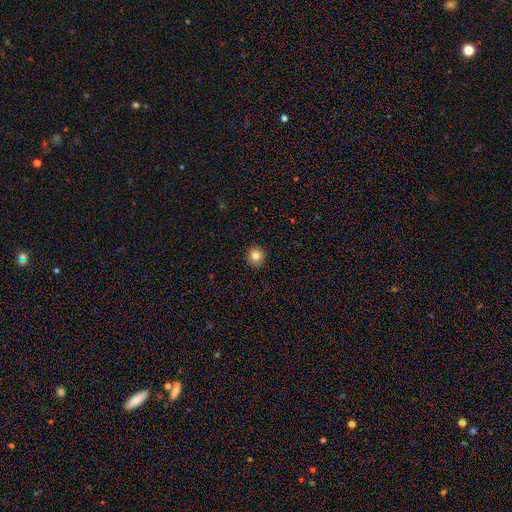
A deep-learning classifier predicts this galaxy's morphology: A smooth galaxy with no disk features (82%) that is round (91%).

Vote fractions:
- Smooth or featured? smooth: 82% / star or artifact: 11% / featured or disk: 7%
- How rounded? round: 91% / in between: 8% / cigar-shaped: 1%
- Merging? none: 92% / minor disturbance: 6% / major disturbance: 2% / merger: 1%